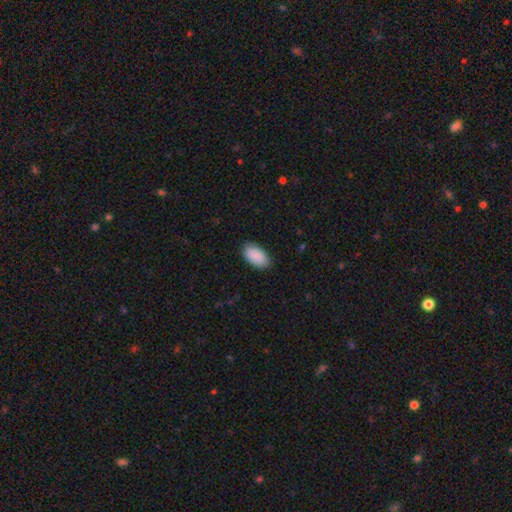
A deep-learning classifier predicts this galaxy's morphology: smooth 91%, star or artifact 6%, featured or disk 4%. Down the decision tree: how rounded — in between (95%); merging — none (85%).